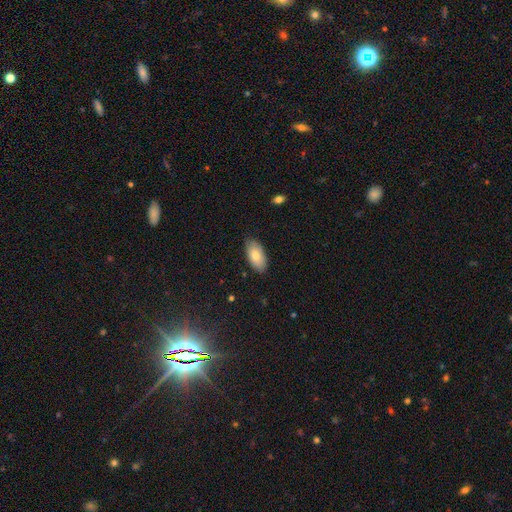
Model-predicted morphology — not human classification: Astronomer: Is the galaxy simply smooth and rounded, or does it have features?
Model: smooth — 77%.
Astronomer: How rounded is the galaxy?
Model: in between — 94%.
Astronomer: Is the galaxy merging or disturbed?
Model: none — 82%.